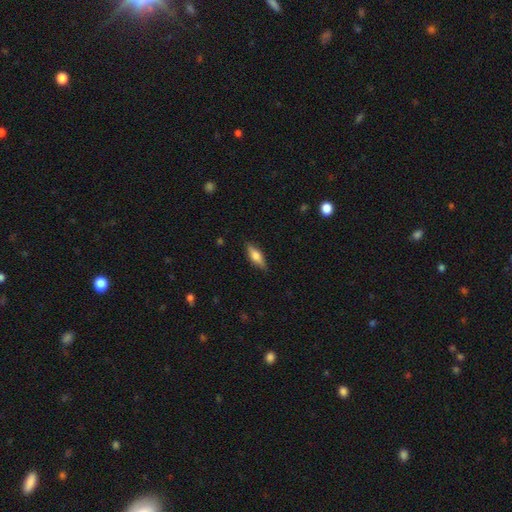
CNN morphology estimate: smooth_or_featured: smooth (p=0.59) [alt: featured or disk p=0.34]
how_rounded: in between (p=0.56) [alt: cigar-shaped p=0.41]
merging: none (p=0.86) [alt: minor disturbance p=0.11]